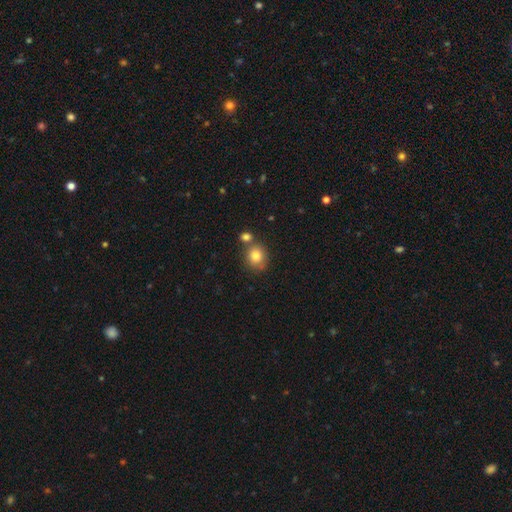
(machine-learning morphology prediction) A smooth galaxy with no disk features (82%) that is round (73%). Merging: none (60%).